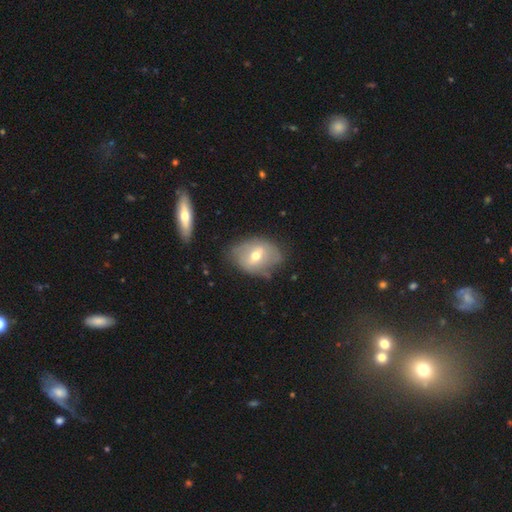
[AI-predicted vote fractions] Q: Smooth or featured?
A: featured or disk (49%); runner-up: smooth (43%)
Q: Merging?
A: none (66%); runner-up: minor disturbance (24%)